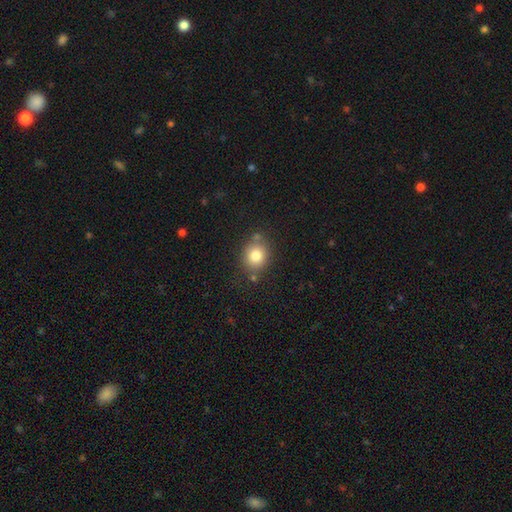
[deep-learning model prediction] This appears to be a smooth galaxy with no disk features (80%) that is round (72%). Merging: none (76%).